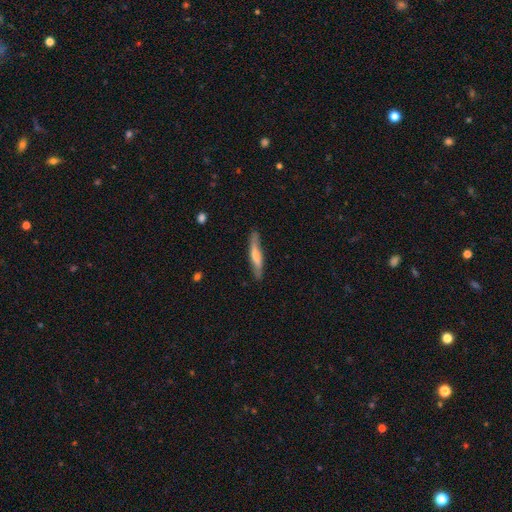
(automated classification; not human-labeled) This appears to be a smooth galaxy with no disk features (58%) that is cigar-shaped (89%). Merging: none (81%).